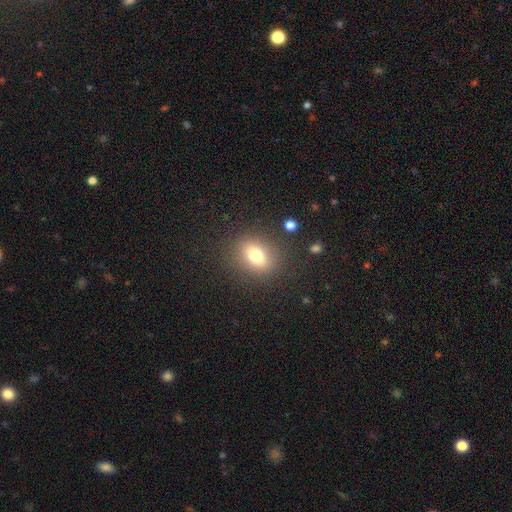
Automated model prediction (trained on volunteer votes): smooth 74%, featured or disk 13%, star or artifact 13%. Down the decision tree: how rounded — in between (51%); merging — none (84%).